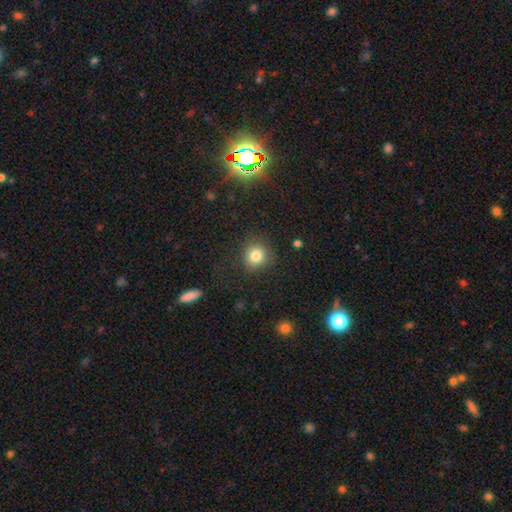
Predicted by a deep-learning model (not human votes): Smooth or featured: smooth — 82% (star or artifact — 11%)
How rounded: round — 84% (in between — 15%)
Merging: none — 83% (minor disturbance — 11%)